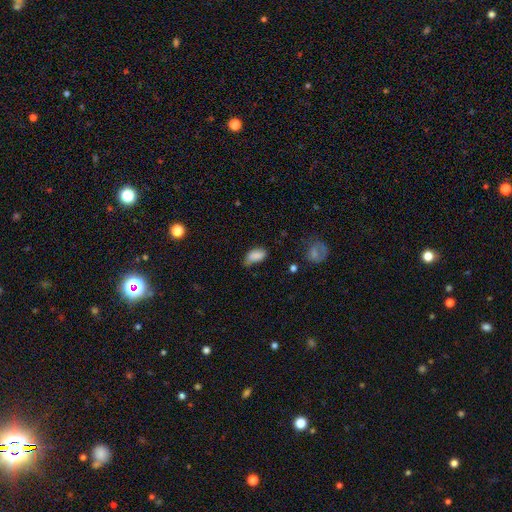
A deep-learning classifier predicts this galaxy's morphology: smooth-or-featured: smooth: 85% | star or artifact: 8% | featured or disk: 7%
  how-rounded: in between: 92% | round: 6% | cigar-shaped: 2%
  merging: none: 44% | minor disturbance: 39% | major disturbance: 13% | merger: 3%